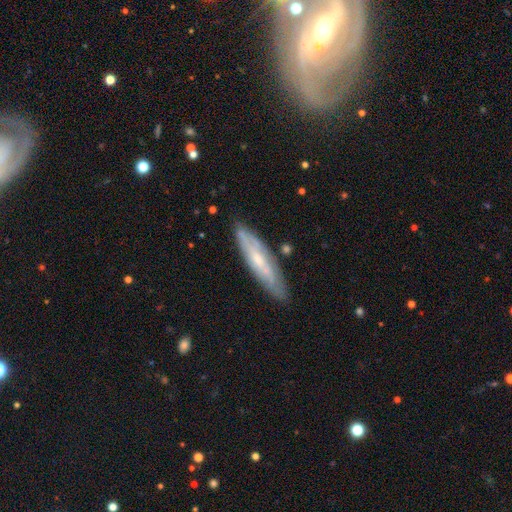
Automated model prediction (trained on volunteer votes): smooth_or_featured: featured or disk (p=0.53) [alt: smooth p=0.37]
disk_edge_on: yes (p=0.59) [alt: no p=0.41]
merging: none (p=0.84) [alt: minor disturbance p=0.12]